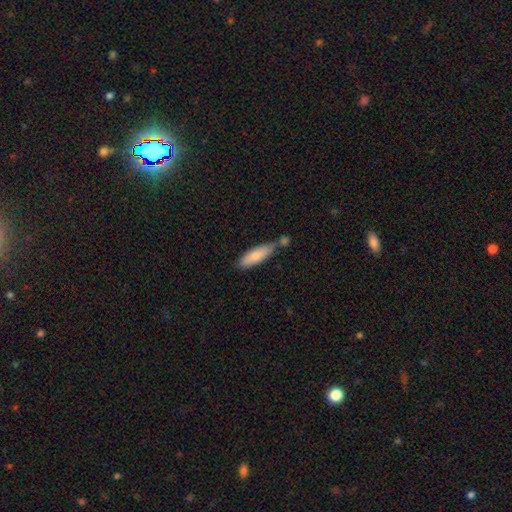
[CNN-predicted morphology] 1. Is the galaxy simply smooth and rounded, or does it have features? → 82% smooth, 13% featured or disk, 6% star or artifact.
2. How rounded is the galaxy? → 53% cigar-shaped, 45% in between, 2% round.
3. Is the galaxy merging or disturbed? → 52% none, 23% merger, 20% minor disturbance, 5% major disturbance.